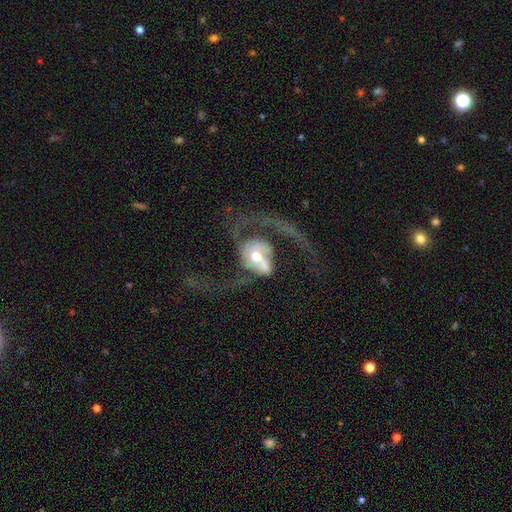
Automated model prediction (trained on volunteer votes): A featured or disk galaxy (74%) with no bar (56%), 2 (65%) loose (67%) spiral arms (79%) and a moderate central bulge (67%).

Vote fractions:
- Smooth or featured? featured or disk: 74% / smooth: 19% / star or artifact: 6%
- Edge-on disk? no: 96% / yes: 4%
- Bar? no: 56% / weak: 31% / strong: 14%
- Spiral arms? yes: 79% / no: 21%
- Spiral winding? loose: 67% / medium: 25% / tight: 8%
- Spiral arm count? 2: 65% / 1: 16% / can't tell: 10% / 3: 5% / 4: 2% / more than 4: 2%
- Bulge size? moderate: 67% / small: 19% / large: 11% / dominant: 2% / none: 2%
- Merging? major disturbance: 50% / merger: 21% / none: 20% / minor disturbance: 10%